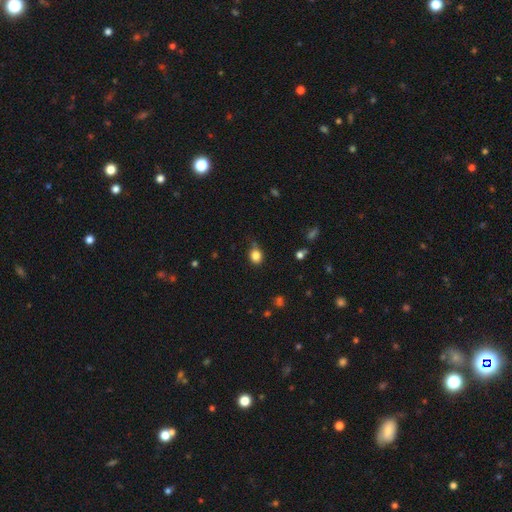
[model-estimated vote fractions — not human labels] This is clearly a smooth galaxy (84%). How rounded: possibly round (56%). Merging: likely none (72%).